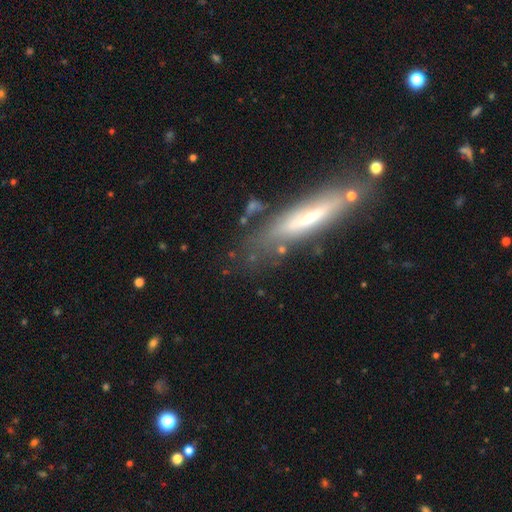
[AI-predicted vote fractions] A featured or disk galaxy (57%) viewed edge-on (71%). Merging: none (70%).